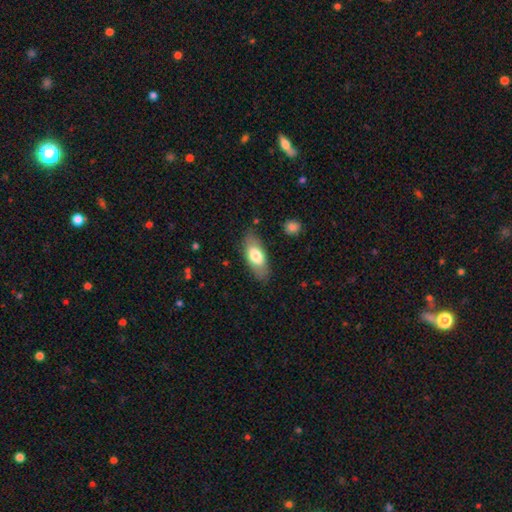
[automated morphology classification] smooth 71%, featured or disk 23%, star or artifact 6%. Down the decision tree: how rounded — in between (82%); merging — none (81%).